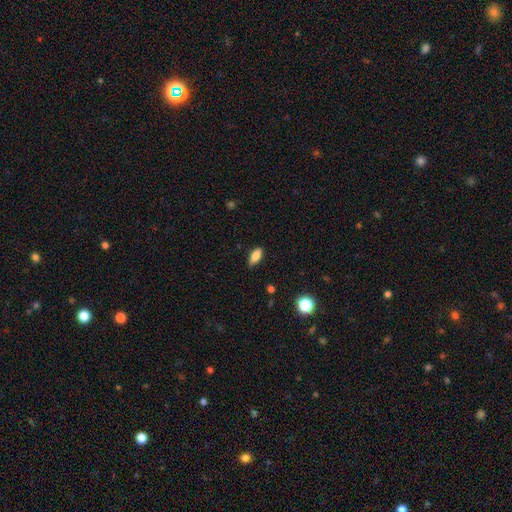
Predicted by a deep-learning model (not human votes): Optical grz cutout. It shows a smooth galaxy with no disk features (79%) that is in between round and cigar-shaped (82%). Merging: none (79%).